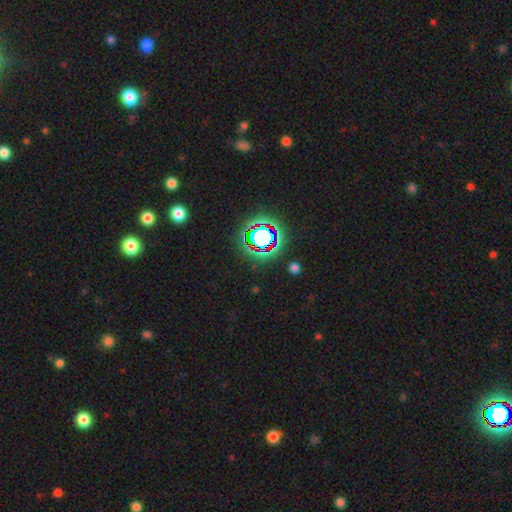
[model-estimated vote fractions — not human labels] This is likely a star or artifact rather than a galaxy (80%).